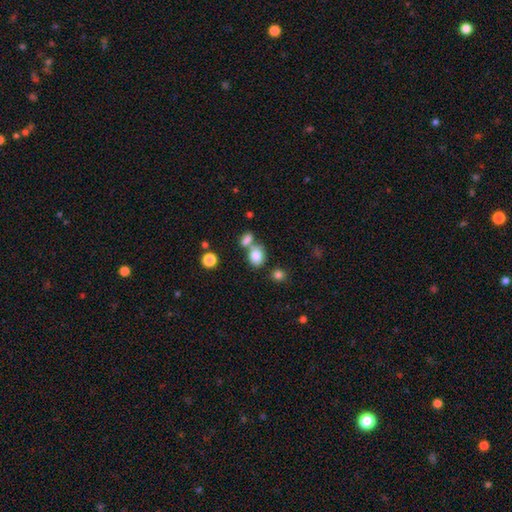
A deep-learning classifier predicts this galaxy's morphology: Overall: smooth (80%). How rounded: in between (52%; round 47%). Merging: none (51%; merger 33%).